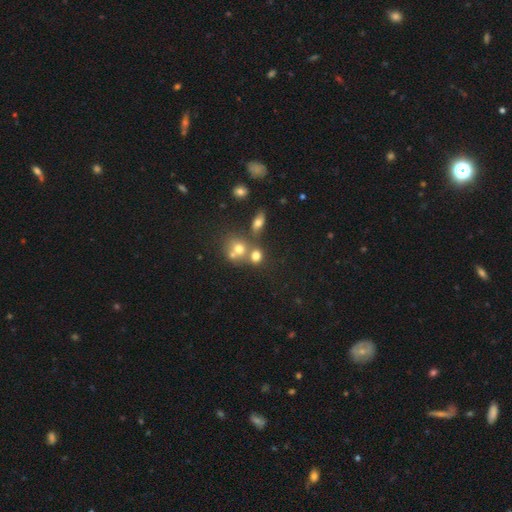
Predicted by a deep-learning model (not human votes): A smooth galaxy with no disk features (69%) that is round (69%).

Vote fractions:
- Smooth or featured? smooth: 69% / star or artifact: 15% / featured or disk: 15%
- How rounded? round: 69% / in between: 30% / cigar-shaped: 2%
- Merging? none: 45% / merger: 40% / minor disturbance: 10% / major disturbance: 5%